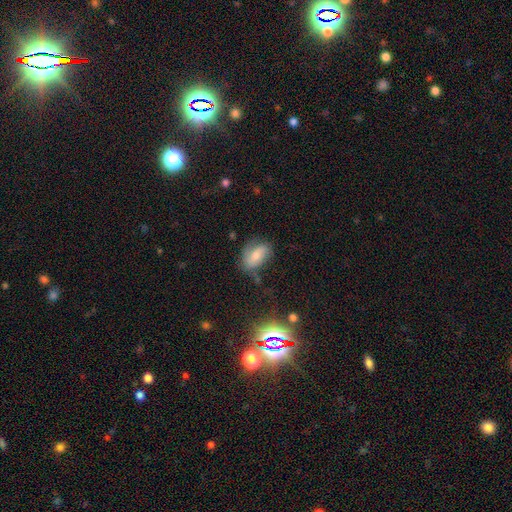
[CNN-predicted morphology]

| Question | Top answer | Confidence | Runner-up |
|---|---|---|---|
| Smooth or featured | smooth | 58% | featured or disk (32%) |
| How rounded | in between | 87% | round (10%) |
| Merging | none | 55% | minor disturbance (28%) |